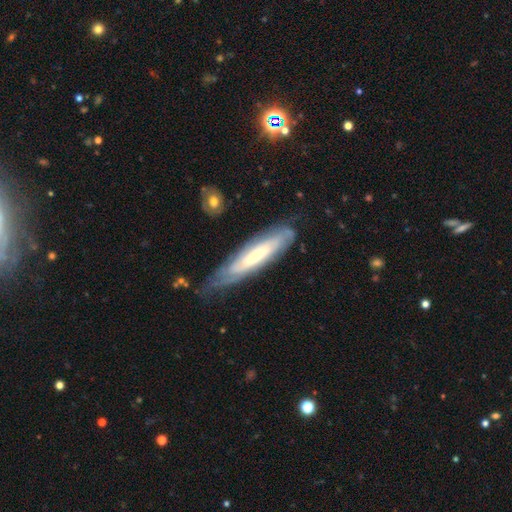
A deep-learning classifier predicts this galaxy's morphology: Smooth or featured: featured or disk — 68% (smooth — 26%)
Edge-on disk: no — 58% (yes — 42%)
Merging: none — 65% (minor disturbance — 25%)